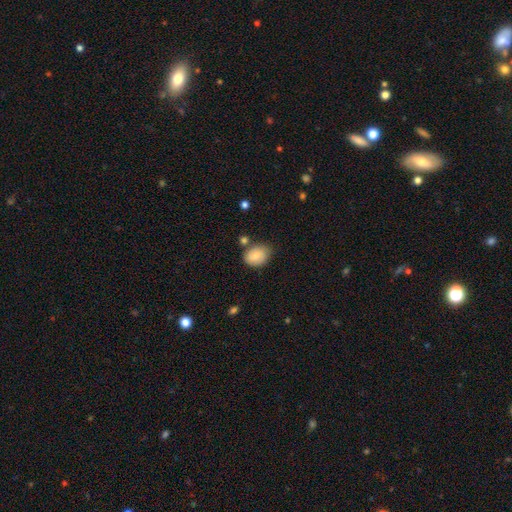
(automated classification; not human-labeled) This is likely a smooth galaxy (80%). How rounded: possibly in between (59%). Merging: likely none (68%).